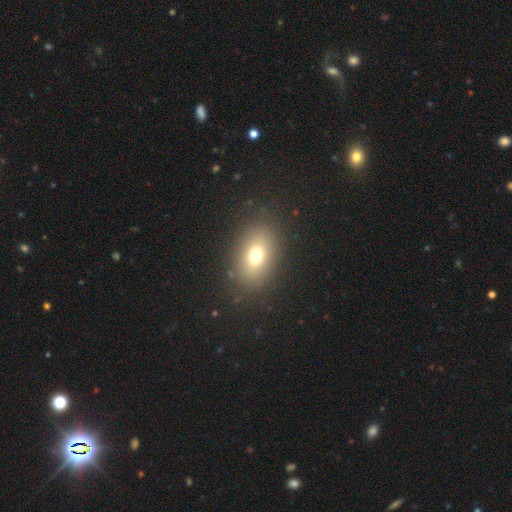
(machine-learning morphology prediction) Overall: smooth (72%). How rounded: in between (77%). Merging: none (85%).